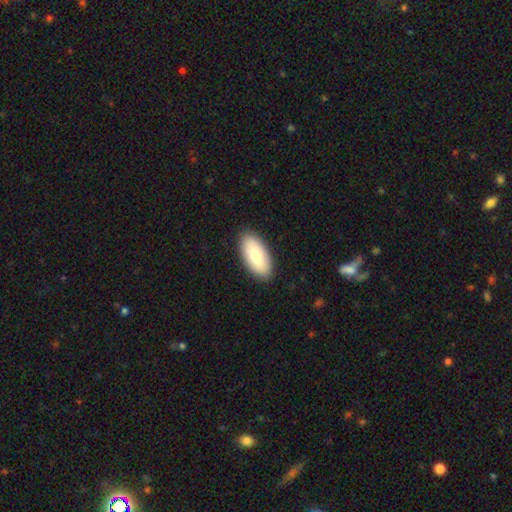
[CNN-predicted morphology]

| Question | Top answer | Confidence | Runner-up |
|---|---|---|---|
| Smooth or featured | smooth | 81% | featured or disk (14%) |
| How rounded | in between | 92% | cigar-shaped (6%) |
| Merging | none | 88% | minor disturbance (9%) |